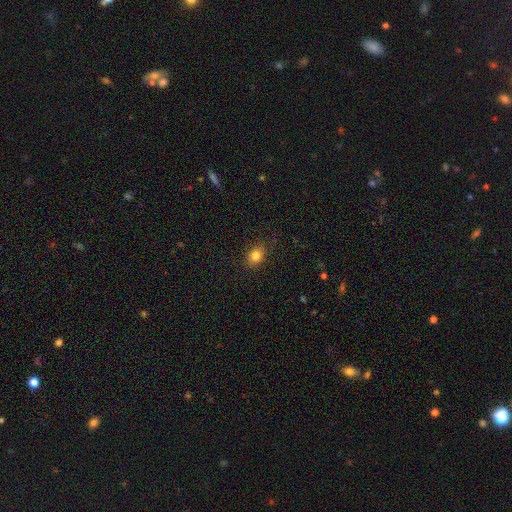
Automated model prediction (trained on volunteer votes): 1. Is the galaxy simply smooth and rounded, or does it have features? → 82% smooth, 11% star or artifact, 7% featured or disk.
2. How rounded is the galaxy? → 61% in between, 38% round, 1% cigar-shaped.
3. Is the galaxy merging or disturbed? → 87% none, 10% minor disturbance, 3% major disturbance, 1% merger.